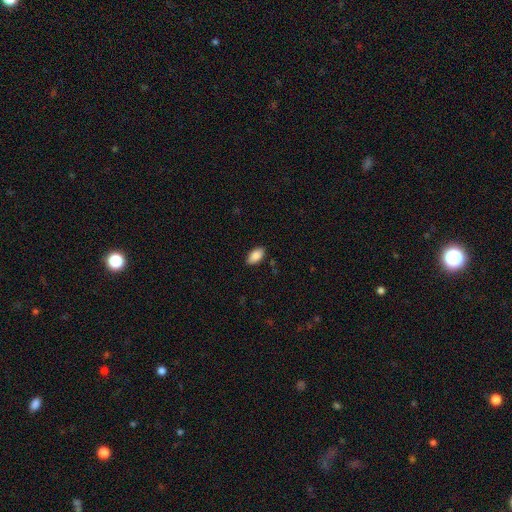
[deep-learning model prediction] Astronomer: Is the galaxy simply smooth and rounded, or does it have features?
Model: smooth — 88%.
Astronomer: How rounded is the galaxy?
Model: in between — 94%.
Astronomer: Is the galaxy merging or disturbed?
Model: none — 87%.